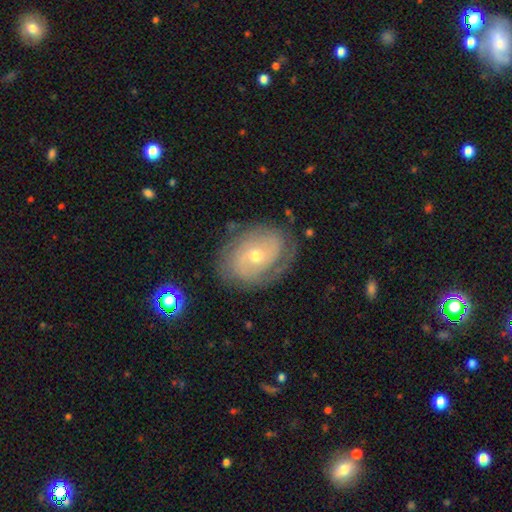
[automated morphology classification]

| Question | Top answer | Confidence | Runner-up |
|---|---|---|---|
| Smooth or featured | featured or disk | 73% | smooth (20%) |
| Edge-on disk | no | 96% | yes (4%) |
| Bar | no | 72% | weak (23%) |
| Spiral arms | yes | 84% | no (16%) |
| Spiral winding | tight | 63% | medium (27%) |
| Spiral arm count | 2 | 42% | can't tell (36%) |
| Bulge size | small | 56% | moderate (41%) |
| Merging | none | 72% | minor disturbance (18%) |